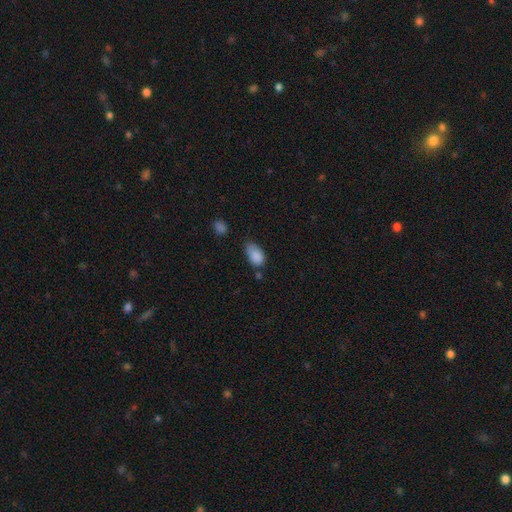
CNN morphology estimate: The model was most divided on "merging": minor disturbance: 42%, none: 41%, major disturbance: 11%, merger: 6%. More confident: how rounded — in between (90%); smooth or featured — smooth (86%).